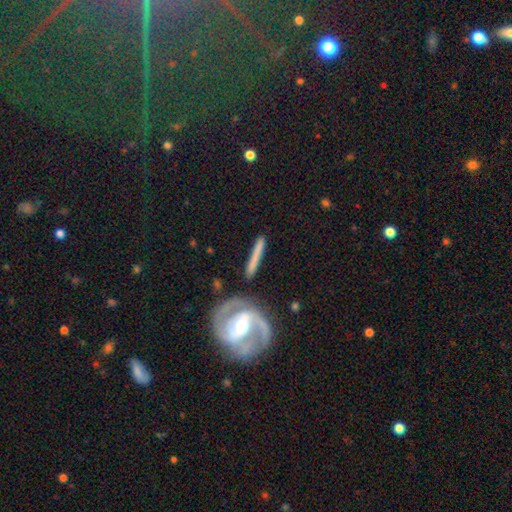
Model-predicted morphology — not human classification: Overall: featured or disk (55%; smooth 39%). Edge-on disk: yes (52%; no 48%). Merging: none (80%).